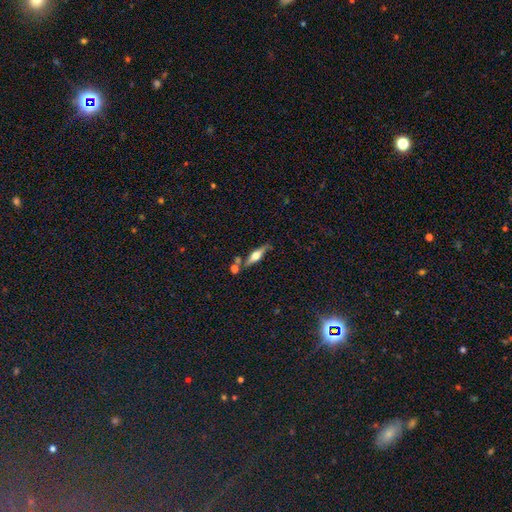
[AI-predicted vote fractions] This appears to be a featured or disk galaxy (65%) viewed edge-on (94%) with a rounded central bulge (93%). Merging: none (73%).